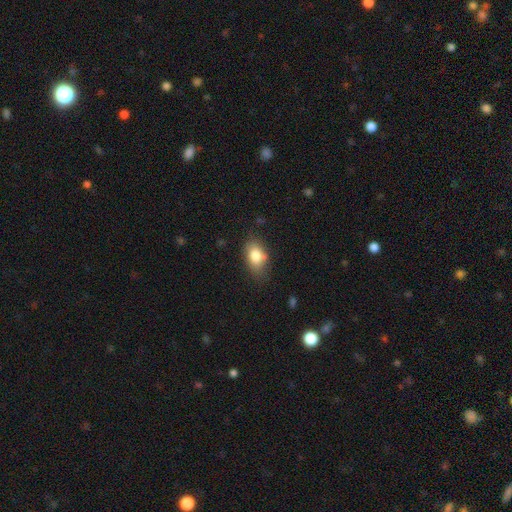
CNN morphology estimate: A smooth galaxy with no disk features (81%) that is in between round and cigar-shaped (85%).

Vote fractions:
- Smooth or featured? smooth: 81% / featured or disk: 11% / star or artifact: 8%
- How rounded? in between: 85% / round: 13% / cigar-shaped: 2%
- Merging? none: 69% / minor disturbance: 23% / major disturbance: 5% / merger: 3%